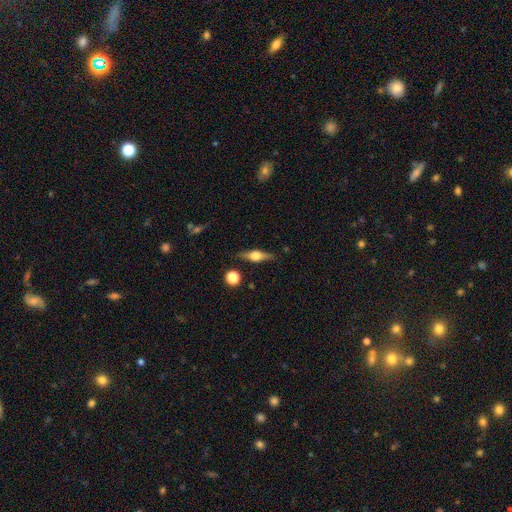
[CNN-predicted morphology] Smooth or featured? featured or disk (65%)
Edge-on disk? yes (95%)
Edge-on bulge? rounded (91%)
Merging? none (84%)